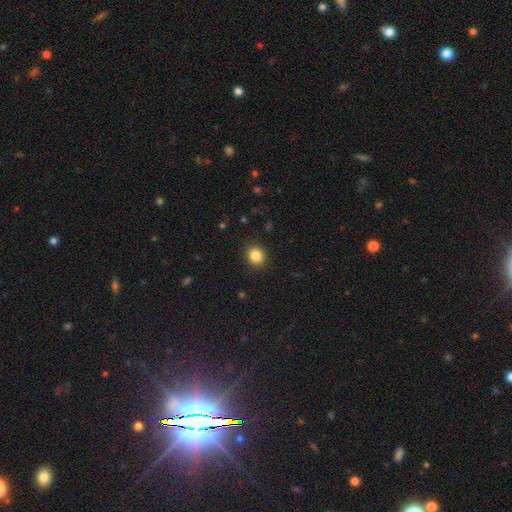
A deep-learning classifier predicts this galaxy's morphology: The model was most divided on "how rounded": round: 77%, in between: 22%, cigar-shaped: 1%. More confident: merging — none (90%); smooth or featured — smooth (85%).